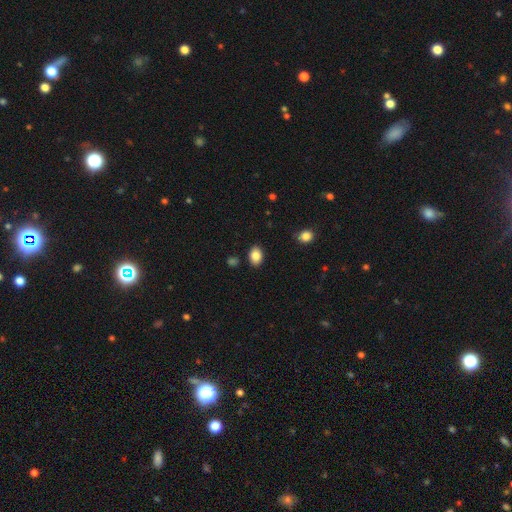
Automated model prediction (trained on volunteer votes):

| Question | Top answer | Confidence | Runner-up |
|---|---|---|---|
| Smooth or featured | smooth | 86% | star or artifact (8%) |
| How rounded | in between | 75% | round (24%) |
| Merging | none | 87% | minor disturbance (9%) |